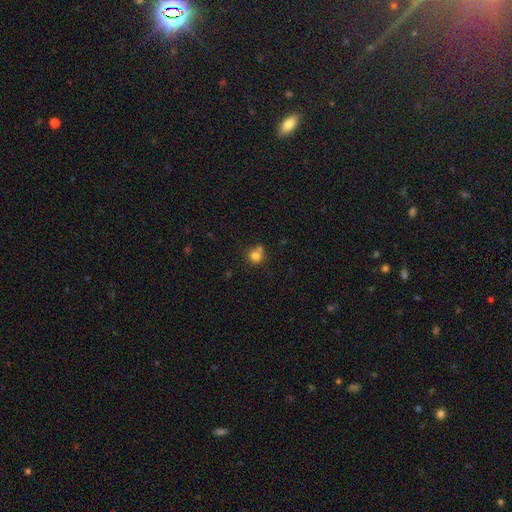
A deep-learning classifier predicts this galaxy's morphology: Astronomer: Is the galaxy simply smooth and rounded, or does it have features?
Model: smooth — 79%.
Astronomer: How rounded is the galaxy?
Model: round — 87%.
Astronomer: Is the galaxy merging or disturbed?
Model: none — 56%.